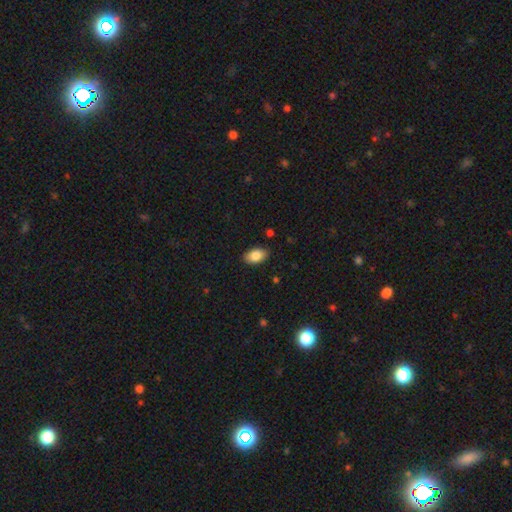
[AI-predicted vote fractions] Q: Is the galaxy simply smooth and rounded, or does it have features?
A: smooth — 85%.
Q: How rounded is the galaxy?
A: in between — 93%.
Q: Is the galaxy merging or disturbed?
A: none — 88%.